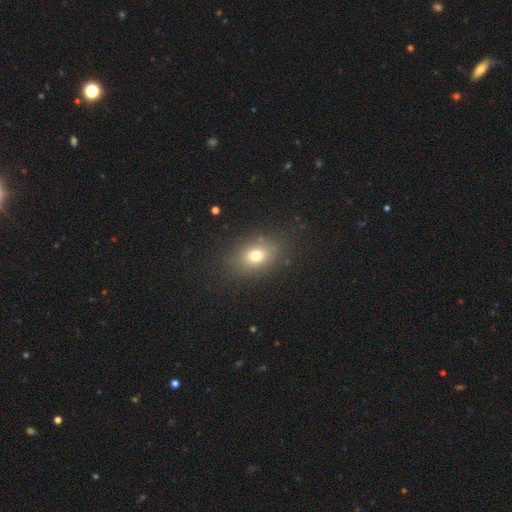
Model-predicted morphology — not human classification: This appears to be a smooth galaxy with no disk features (74%) that is in between round and cigar-shaped (66%). Merging: none (84%).